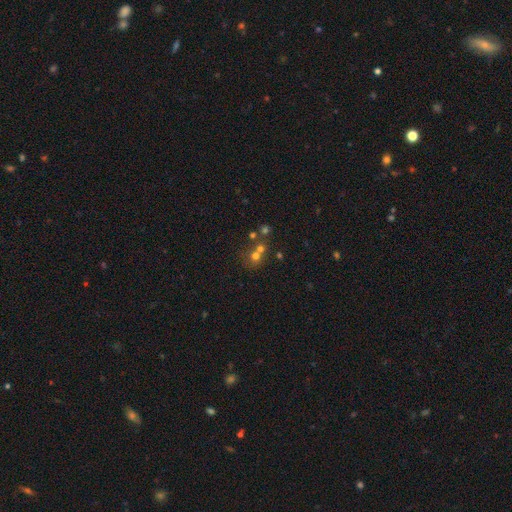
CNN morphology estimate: smooth-or-featured: smooth: 60% | star or artifact: 23% | featured or disk: 17%
  how-rounded: round: 82% | in between: 17% | cigar-shaped: 1%
  merging: merger: 45% | none: 44% | minor disturbance: 7% | major disturbance: 5%